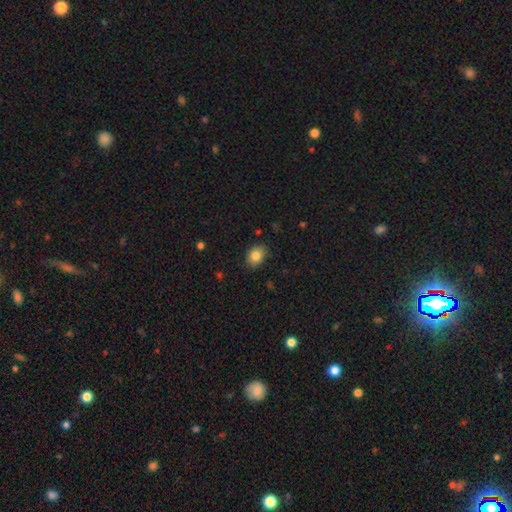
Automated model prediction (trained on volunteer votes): This appears to be a smooth galaxy with no disk features (84%) that is in between round and cigar-shaped (68%). Merging: none (83%).